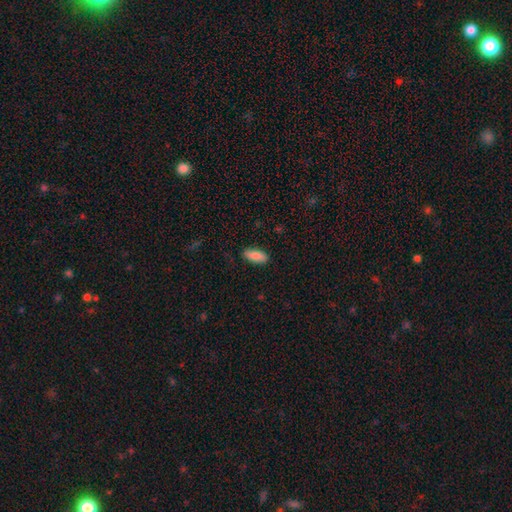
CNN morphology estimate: smooth_or_featured: smooth (p=0.85) [alt: featured or disk p=0.09]
how_rounded: in between (p=0.84) [alt: cigar-shaped p=0.14]
merging: none (p=0.85) [alt: minor disturbance p=0.11]